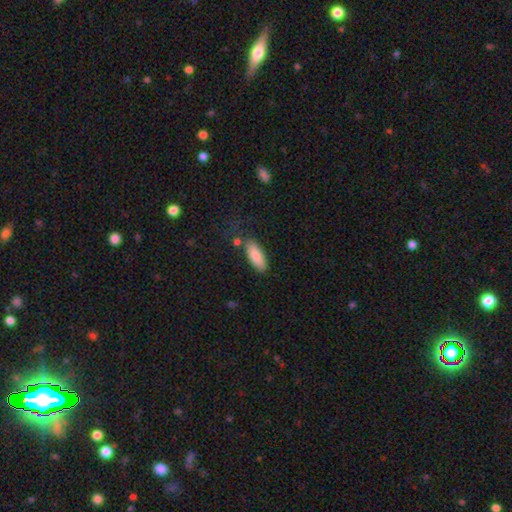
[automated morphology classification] A smooth galaxy with no disk features (85%) that is in between round and cigar-shaped (79%).

Vote fractions:
- Smooth or featured? smooth: 85% / featured or disk: 9% / star or artifact: 6%
- How rounded? in between: 79% / cigar-shaped: 19% / round: 2%
- Merging? none: 77% / minor disturbance: 14% / merger: 5% / major disturbance: 4%